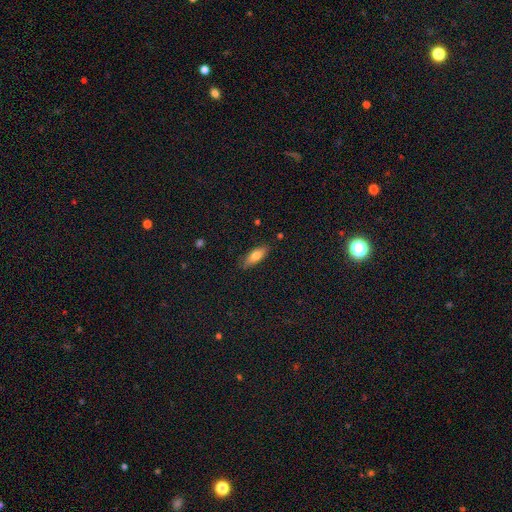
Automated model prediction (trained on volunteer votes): Overall: smooth (72%). How rounded: in between (65%; cigar-shaped 33%). Merging: none (86%).